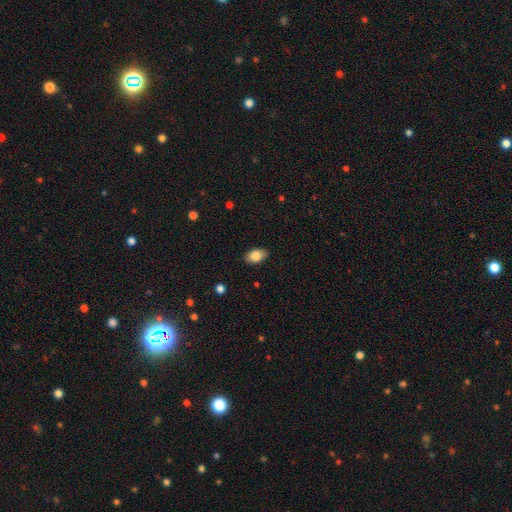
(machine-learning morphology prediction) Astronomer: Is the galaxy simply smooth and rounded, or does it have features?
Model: smooth — 83%.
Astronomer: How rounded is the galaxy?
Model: in between — 91%.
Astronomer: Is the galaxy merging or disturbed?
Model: none — 87%.